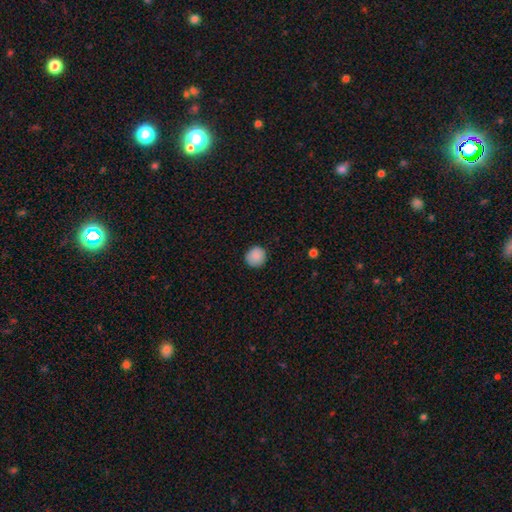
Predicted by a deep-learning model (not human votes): Overall: smooth (89%). How rounded: round (92%). Merging: none (89%).